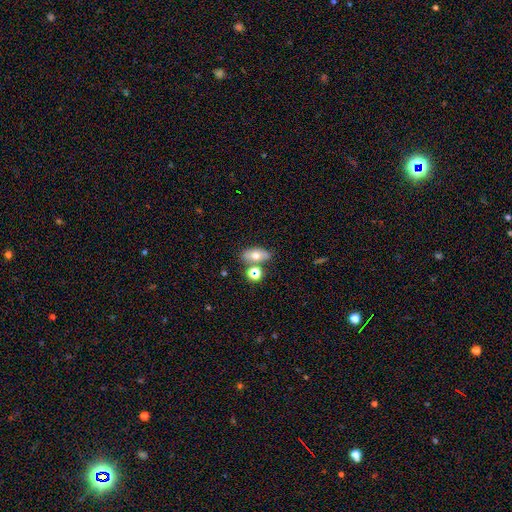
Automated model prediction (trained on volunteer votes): A smooth galaxy with no disk features (64%) that is in between round and cigar-shaped (81%).

Vote fractions:
- Smooth or featured? smooth: 64% / featured or disk: 24% / star or artifact: 12%
- How rounded? in between: 81% / round: 13% / cigar-shaped: 6%
- Merging? none: 65% / merger: 18% / minor disturbance: 13% / major disturbance: 4%